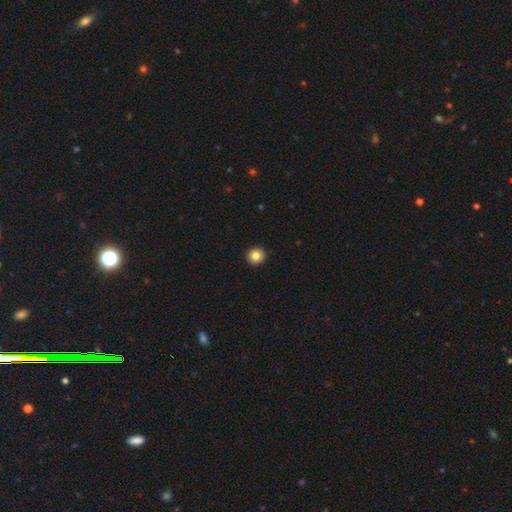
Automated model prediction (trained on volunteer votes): Morphology: type=smooth (84%); roundness=round (94%); merging=none (94%).